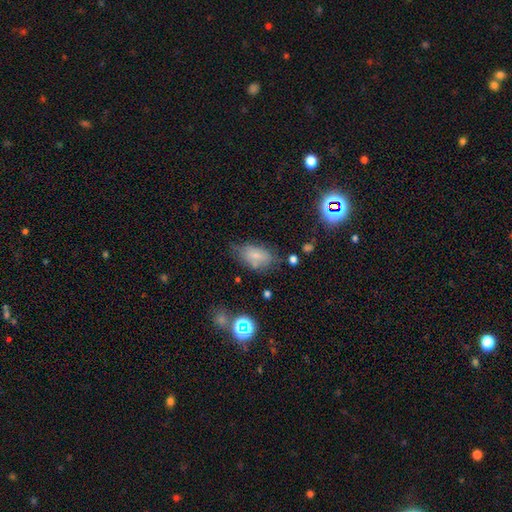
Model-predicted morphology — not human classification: type=smooth (72%); roundness=in between (91%); merging=none (57%).